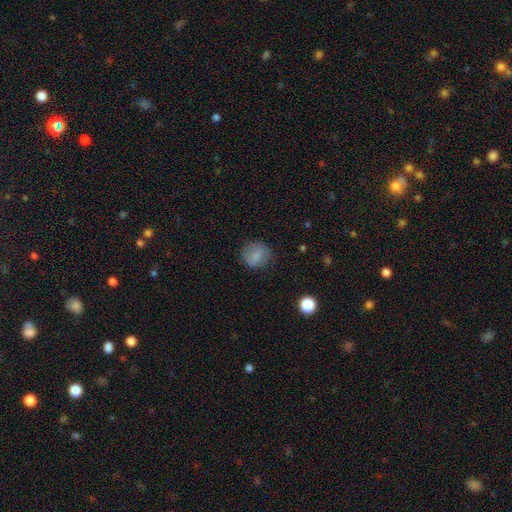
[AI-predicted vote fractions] Smooth or featured? smooth (80%)
How rounded? round (78%)
Merging? none (76%)